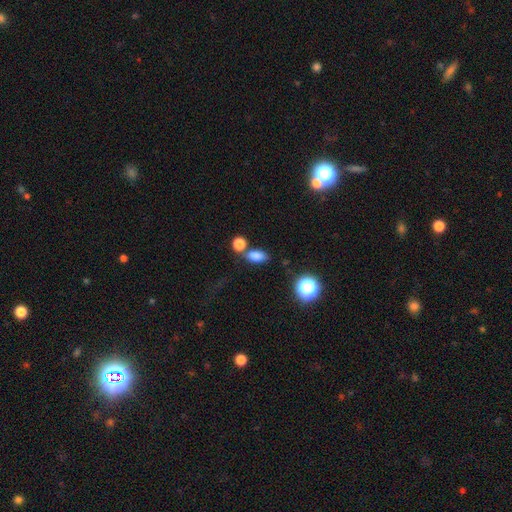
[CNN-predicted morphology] A smooth galaxy with no disk features (81%) that is in between round and cigar-shaped (85%).

Vote fractions:
- Smooth or featured? smooth: 81% / star or artifact: 13% / featured or disk: 7%
- How rounded? in between: 85% / round: 11% / cigar-shaped: 4%
- Merging? none: 61% / merger: 20% / minor disturbance: 13% / major disturbance: 5%